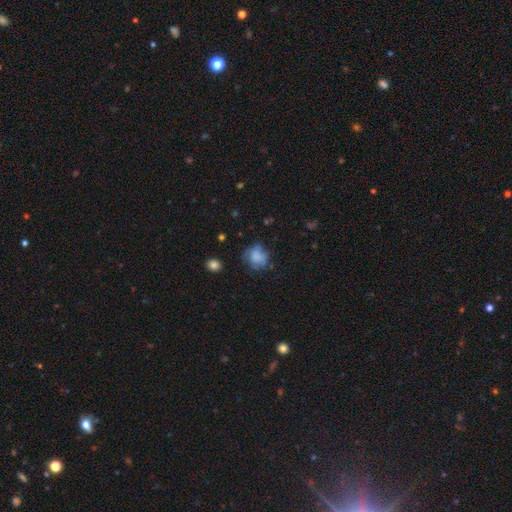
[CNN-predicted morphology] Smooth or featured? smooth (71%)
How rounded? round (69%)
Merging? none (55%)